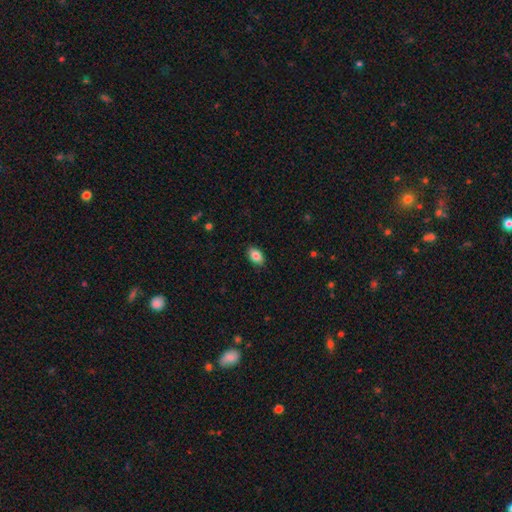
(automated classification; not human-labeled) The model was most divided on "smooth or featured": smooth: 85%, star or artifact: 8%, featured or disk: 7%. More confident: how rounded — in between (90%); merging — none (88%).